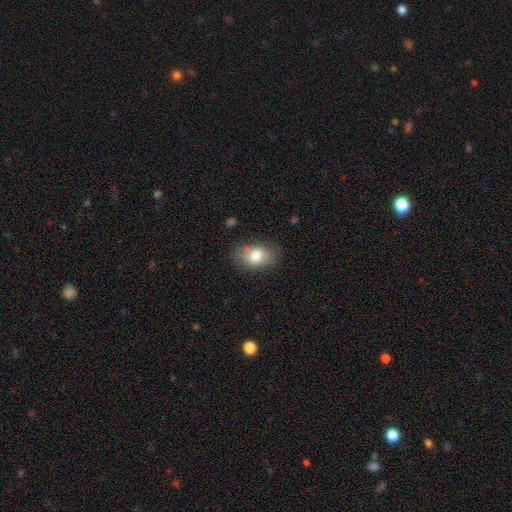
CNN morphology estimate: Smooth or featured?
  - smooth: 79% *
  - featured or disk: 13%
  - star or artifact: 8%
How rounded?
  - in between: 82% *
  - round: 17%
  - cigar-shaped: 1%
Merging?
  - none: 76% *
  - minor disturbance: 17%
  - major disturbance: 5%
  - merger: 2%